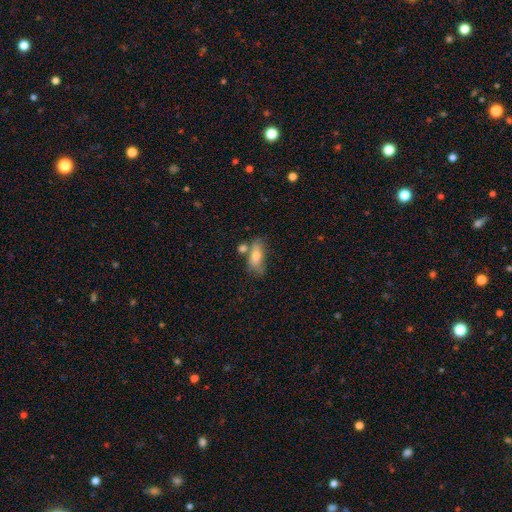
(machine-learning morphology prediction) This appears to be a smooth galaxy with no disk features (66%) that is in between round and cigar-shaped (76%). Merging: none (46%).